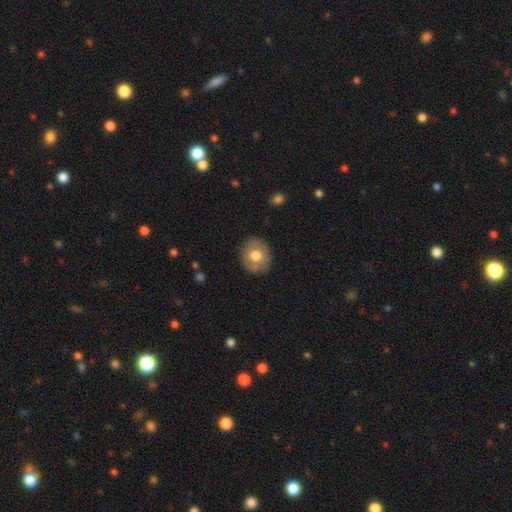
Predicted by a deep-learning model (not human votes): smooth-or-featured: smooth: 68% | featured or disk: 25% | star or artifact: 7%
  how-rounded: round: 70% | in between: 29% | cigar-shaped: 1%
  merging: none: 85% | minor disturbance: 11% | major disturbance: 3% | merger: 1%